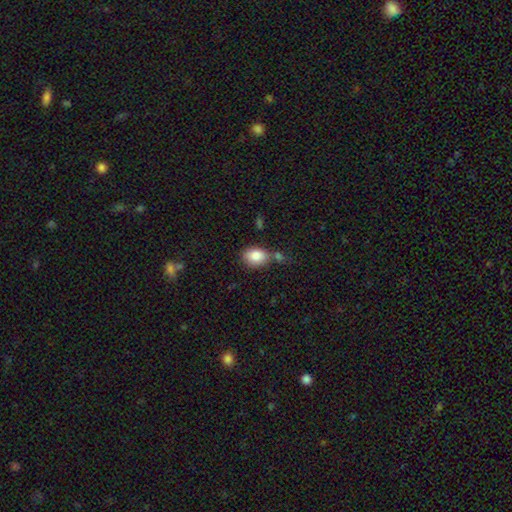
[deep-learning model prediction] Q: Smooth or featured?
A: smooth (84%); runner-up: star or artifact (8%)
Q: How rounded?
A: in between (70%); runner-up: round (29%)
Q: Merging?
A: none (61%); runner-up: minor disturbance (18%)